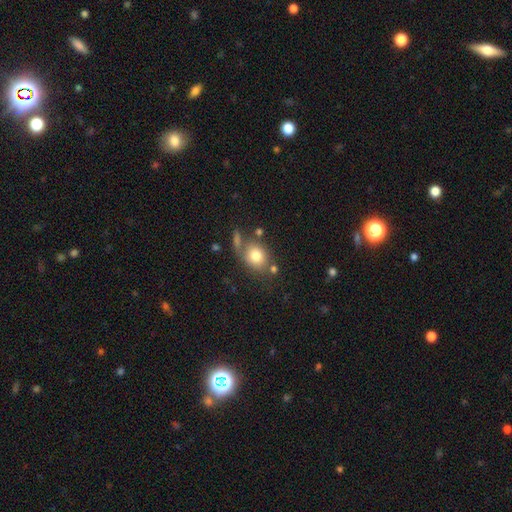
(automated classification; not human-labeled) Overall: smooth (77%). How rounded: round (52%; in between 47%). Merging: none (59%).